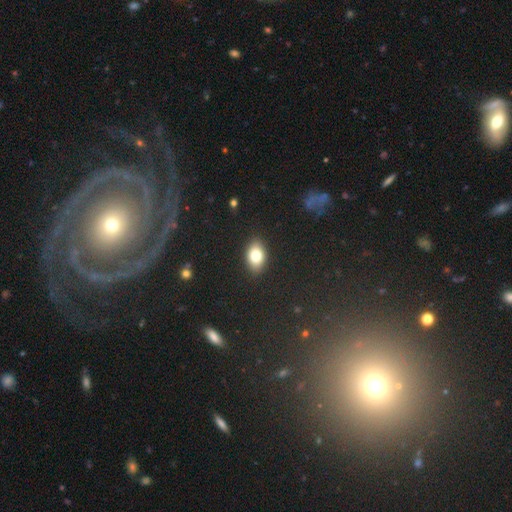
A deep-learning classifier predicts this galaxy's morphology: Q: Smooth or featured?
A: smooth (81%); runner-up: featured or disk (10%)
Q: How rounded?
A: in between (88%); runner-up: round (11%)
Q: Merging?
A: none (87%); runner-up: minor disturbance (9%)